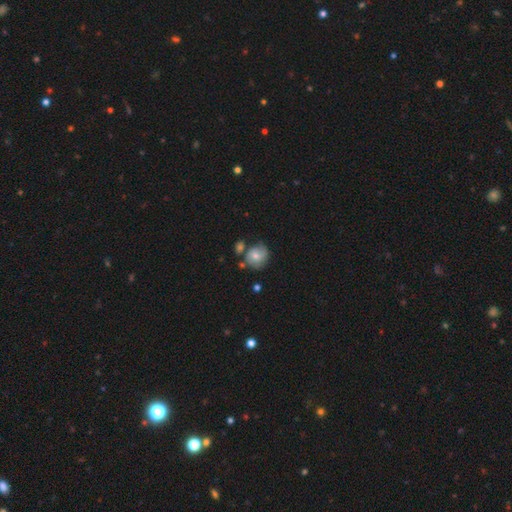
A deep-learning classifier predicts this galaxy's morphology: The model was most divided on "smooth or featured": smooth: 58%, featured or disk: 34%, star or artifact: 8%. More confident: how rounded — round (77%); merging — none (55%).